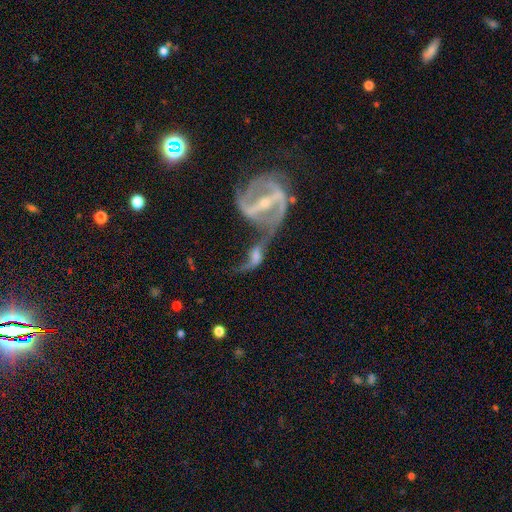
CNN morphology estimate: This is clearly a featured or disk galaxy (82%). It is clearly not viewed edge-on (90%). Bar: possibly strong (51%). Spiral arm pattern: clearly yes (83%). Spiral arm count: clearly 2 (83%). Spiral winding: possibly loose (55%). Central bulge: possibly small (55%). Merging: likely merger (61%).